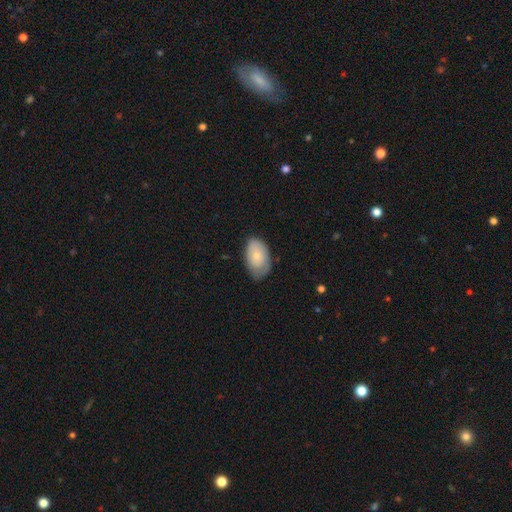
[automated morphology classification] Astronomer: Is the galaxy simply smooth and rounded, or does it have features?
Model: smooth — 69%.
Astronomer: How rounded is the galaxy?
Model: in between — 92%.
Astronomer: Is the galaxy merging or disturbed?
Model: none — 66%.